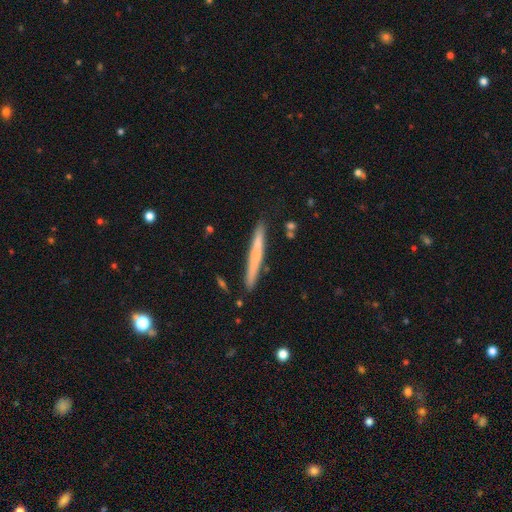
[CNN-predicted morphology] Smooth or featured? Predicted: smooth (p=0.55). How rounded? Predicted: cigar-shaped (p=0.97). Merging? Predicted: none (p=0.87).